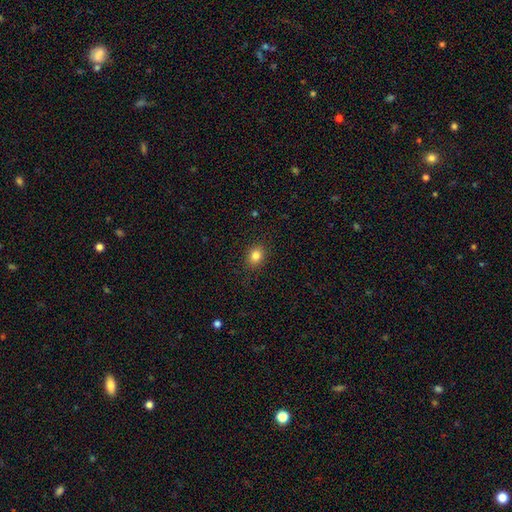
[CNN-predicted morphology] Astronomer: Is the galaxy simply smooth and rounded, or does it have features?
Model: smooth — 83%.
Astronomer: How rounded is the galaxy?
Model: in between — 51% (runner-up: round, 48%).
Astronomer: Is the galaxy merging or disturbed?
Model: none — 87%.